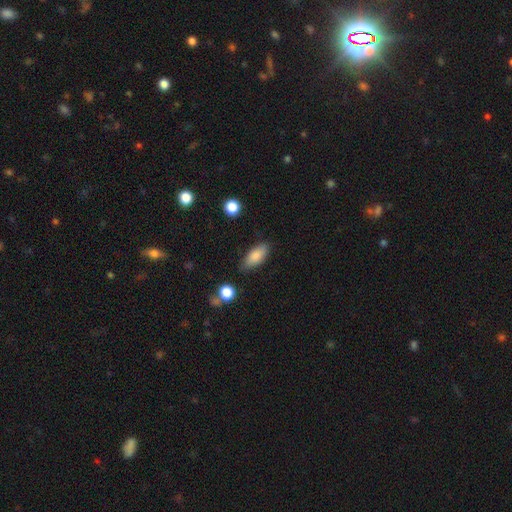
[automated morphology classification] Smooth or featured? Predicted: smooth (p=0.85). How rounded? Predicted: in between (p=0.83). Merging? Predicted: none (p=0.80).